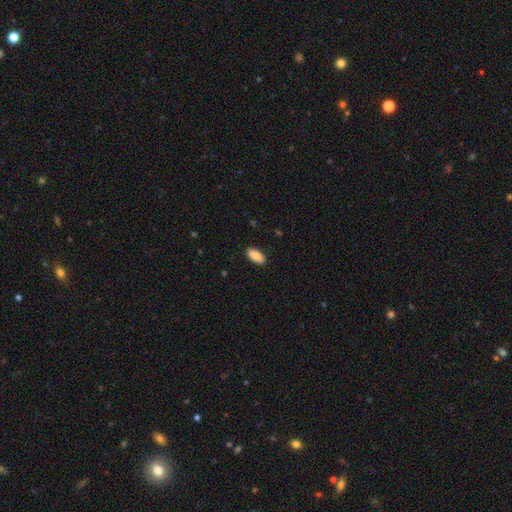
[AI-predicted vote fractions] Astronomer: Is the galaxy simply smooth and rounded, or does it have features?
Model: smooth — 89%.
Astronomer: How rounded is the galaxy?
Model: in between — 89%.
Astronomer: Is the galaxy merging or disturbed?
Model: none — 89%.